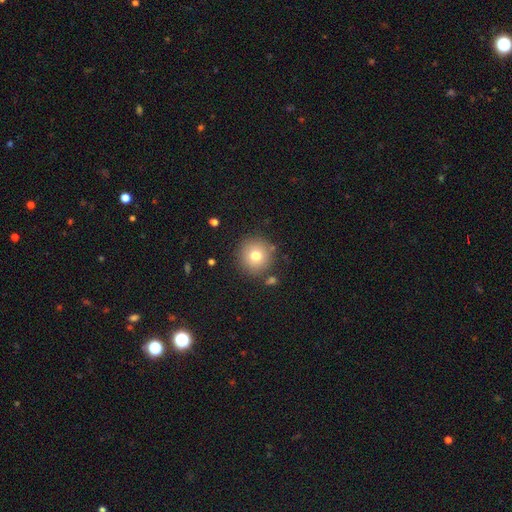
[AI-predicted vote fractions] Morphology: type=smooth (75%); roundness=round (94%); merging=none (84%).